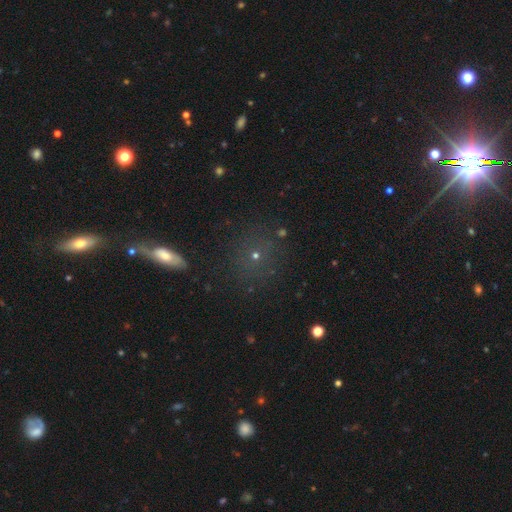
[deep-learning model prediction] The model was most divided on "smooth or featured": smooth: 57%, star or artifact: 25%, featured or disk: 18%. More confident: how rounded — round (82%); merging — none (77%).